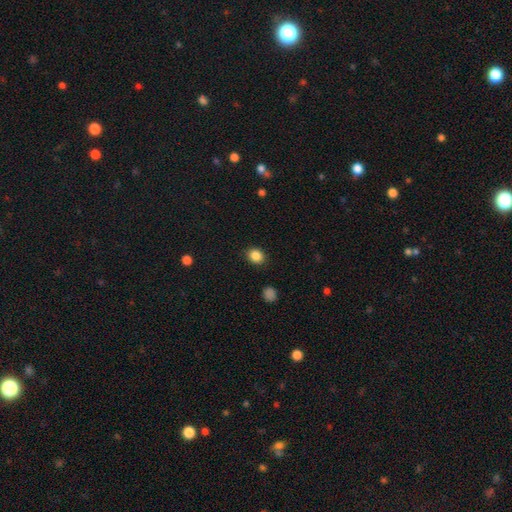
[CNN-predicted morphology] Q: Smooth or featured?
A: smooth (86%); runner-up: star or artifact (10%)
Q: How rounded?
A: round (61%); runner-up: in between (38%)
Q: Merging?
A: none (88%); runner-up: minor disturbance (8%)